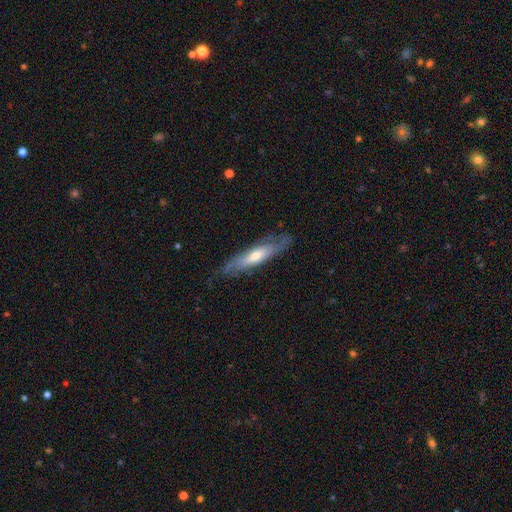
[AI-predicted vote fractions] A featured or disk galaxy (54%) viewed edge-on (55%). Merging: none (73%).